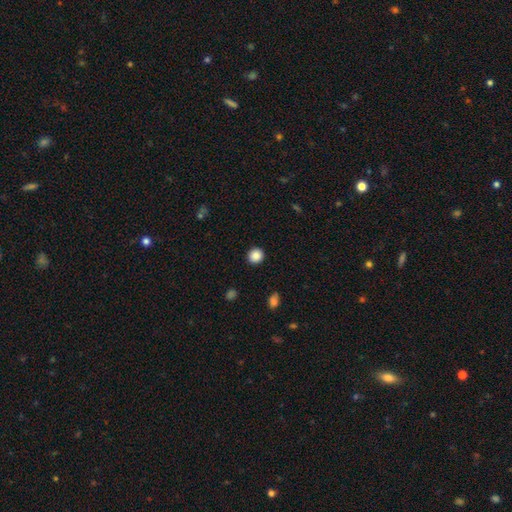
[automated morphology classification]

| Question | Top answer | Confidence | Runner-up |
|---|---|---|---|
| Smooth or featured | smooth | 87% | star or artifact (10%) |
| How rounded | round | 91% | in between (8%) |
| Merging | none | 92% | minor disturbance (5%) |